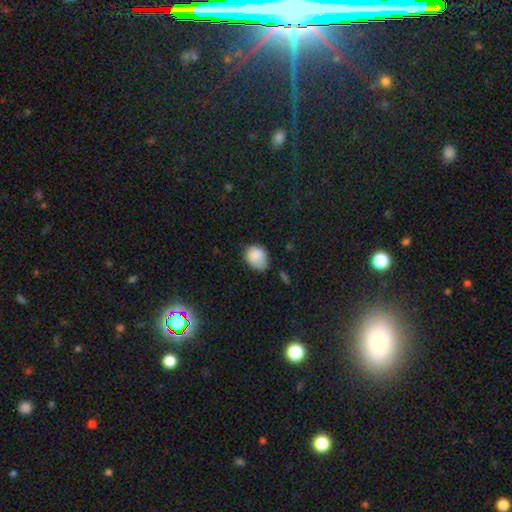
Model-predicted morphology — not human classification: smooth 85%, star or artifact 9%, featured or disk 6%. Down the decision tree: how rounded — in between (59%); merging — none (54%).